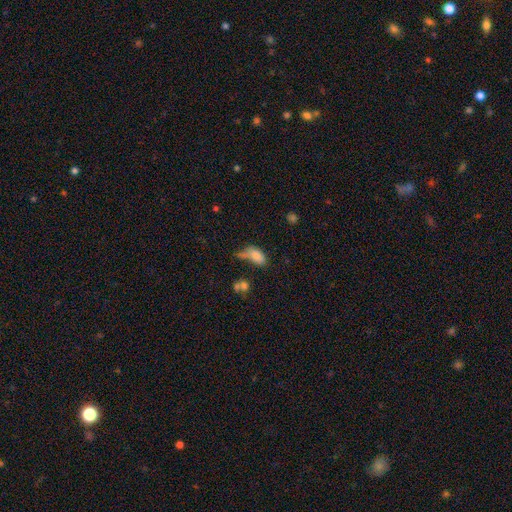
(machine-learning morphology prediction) Q: Smooth or featured?
A: smooth (77%); runner-up: featured or disk (12%)
Q: How rounded?
A: in between (89%); runner-up: round (6%)
Q: Merging?
A: none (31%); runner-up: minor disturbance (25%)